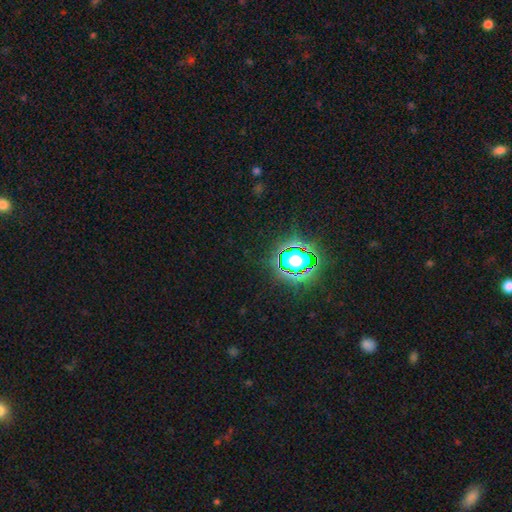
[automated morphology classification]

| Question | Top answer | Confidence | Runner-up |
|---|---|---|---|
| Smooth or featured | star or artifact | 77% | smooth (14%) |